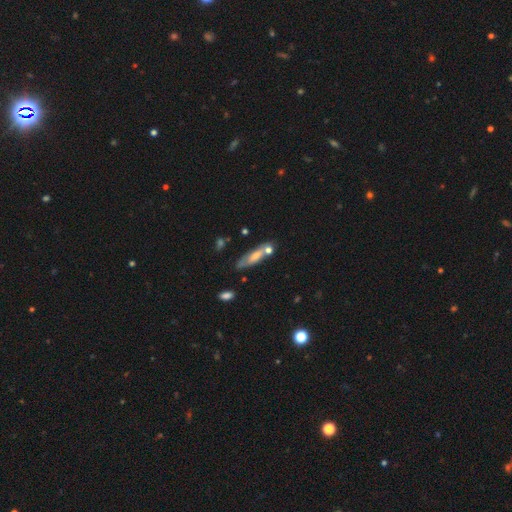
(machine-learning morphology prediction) Smooth or featured: smooth — 58% (featured or disk — 34%)
How rounded: cigar-shaped — 66% (in between — 31%)
Merging: none — 57% (minor disturbance — 19%)